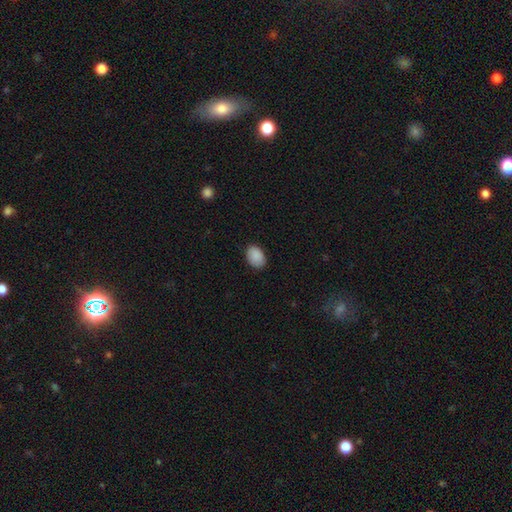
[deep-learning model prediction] This appears to be a smooth galaxy with no disk features (90%) that is in between round and cigar-shaped (81%). Merging: none (85%).